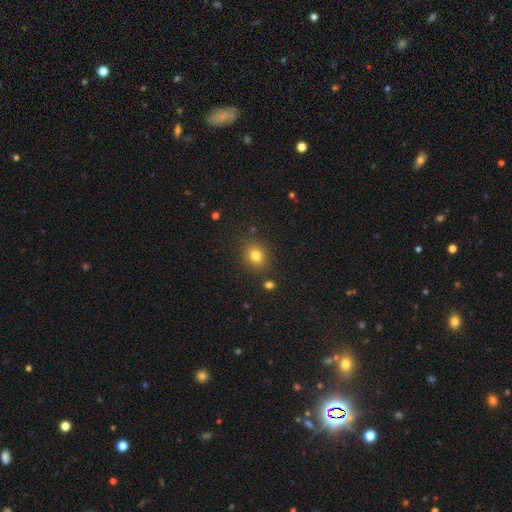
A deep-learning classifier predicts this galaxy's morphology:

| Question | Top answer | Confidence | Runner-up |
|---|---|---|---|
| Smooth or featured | smooth | 81% | star or artifact (12%) |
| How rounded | round | 64% | in between (35%) |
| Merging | none | 85% | minor disturbance (9%) |